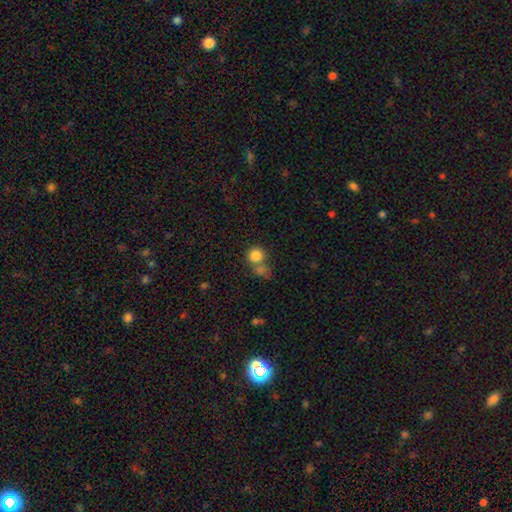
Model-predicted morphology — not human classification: type=smooth (82%); roundness=round (87%); merging=none (47%).